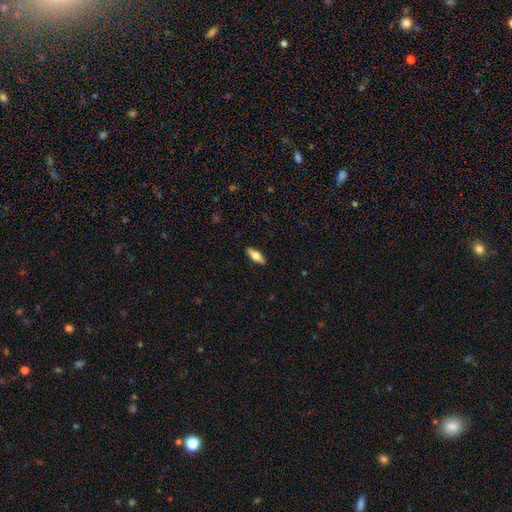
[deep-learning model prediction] This is possibly a smooth galaxy (57%). How rounded: likely in between (65%). Merging: clearly none (90%).